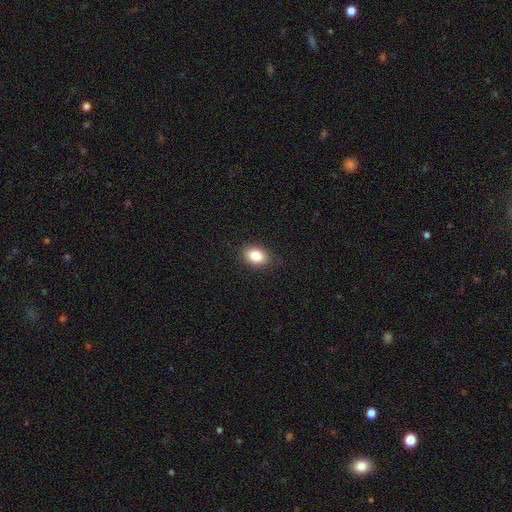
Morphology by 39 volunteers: A smooth galaxy with no disk features (82%) that is in between round and cigar-shaped (88%). Merging: none (95%).